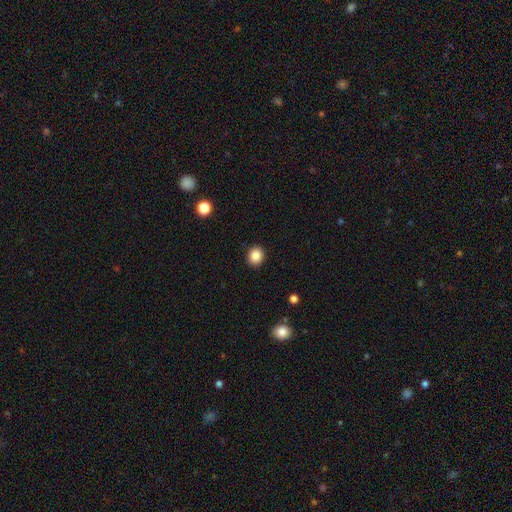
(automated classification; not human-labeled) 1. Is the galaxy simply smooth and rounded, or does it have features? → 86% smooth, 10% star or artifact, 4% featured or disk.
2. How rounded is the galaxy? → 76% round, 23% in between, 1% cigar-shaped.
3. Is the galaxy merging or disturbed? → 92% none, 5% minor disturbance, 2% major disturbance, 1% merger.